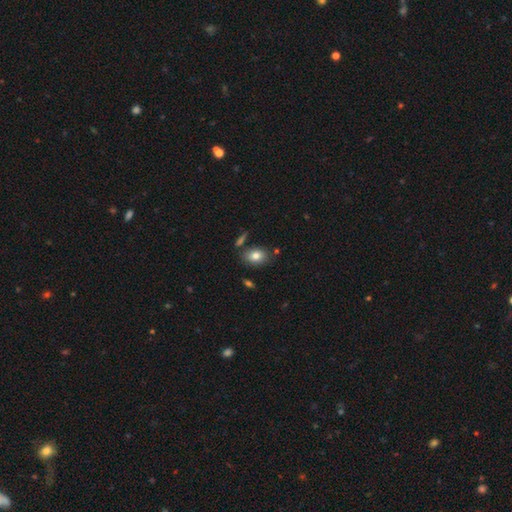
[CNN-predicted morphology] smooth-or-featured: smooth: 79% | featured or disk: 12% | star or artifact: 9%
  how-rounded: in between: 78% | round: 20% | cigar-shaped: 2%
  merging: none: 77% | minor disturbance: 13% | merger: 8% | major disturbance: 3%